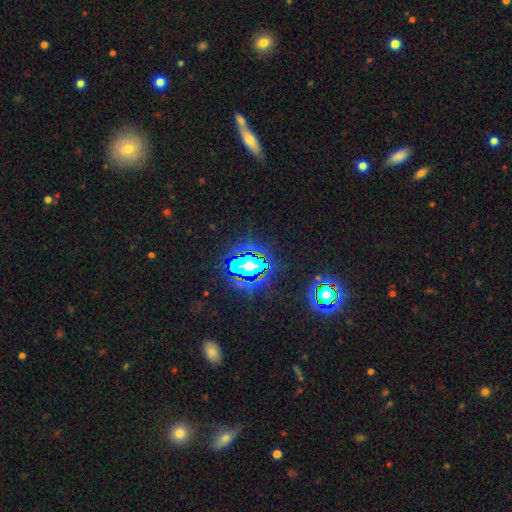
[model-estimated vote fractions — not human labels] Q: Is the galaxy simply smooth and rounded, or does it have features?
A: star or artifact — 77%.